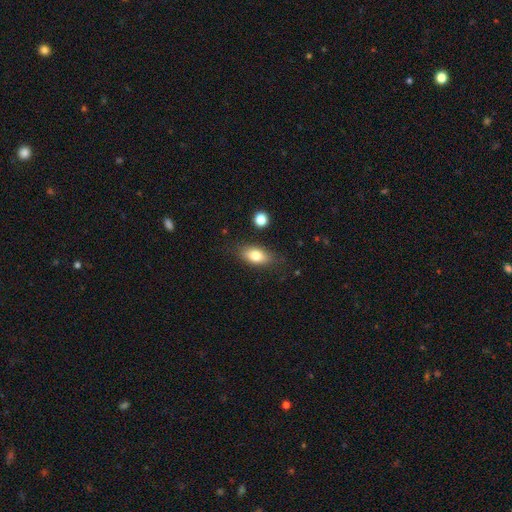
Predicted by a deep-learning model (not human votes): The model was most divided on "smooth or featured": smooth: 79%, featured or disk: 13%, star or artifact: 8%. More confident: how rounded — in between (86%); merging — none (80%).